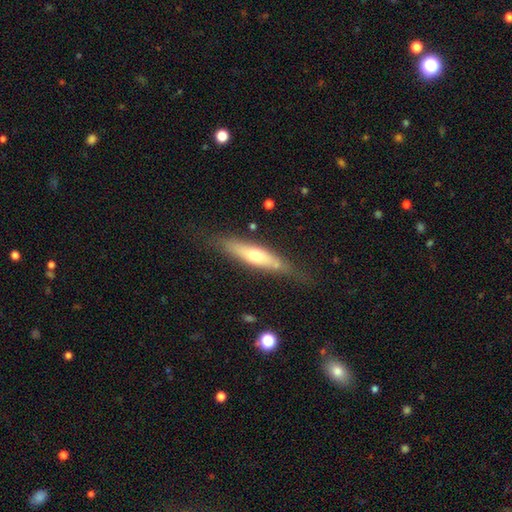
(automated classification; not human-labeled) The model was most divided on "smooth or featured": smooth: 48%, featured or disk: 46%, star or artifact: 6%. More confident: merging — none (73%).